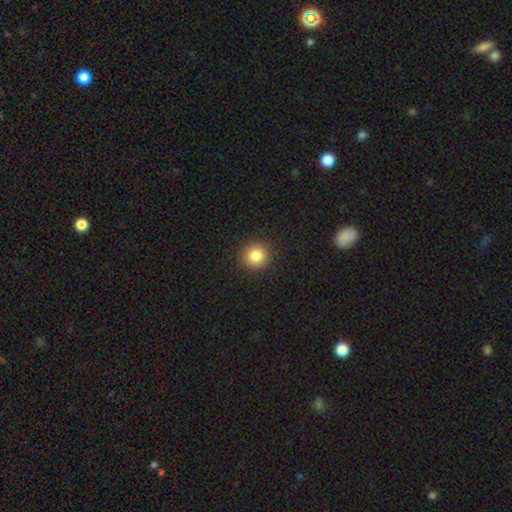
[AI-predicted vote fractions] A smooth galaxy with no disk features (83%) that is round (93%).

Vote fractions:
- Smooth or featured? smooth: 83% / star or artifact: 11% / featured or disk: 6%
- How rounded? round: 93% / in between: 6% / cigar-shaped: 1%
- Merging? none: 92% / minor disturbance: 5% / major disturbance: 2% / merger: 1%